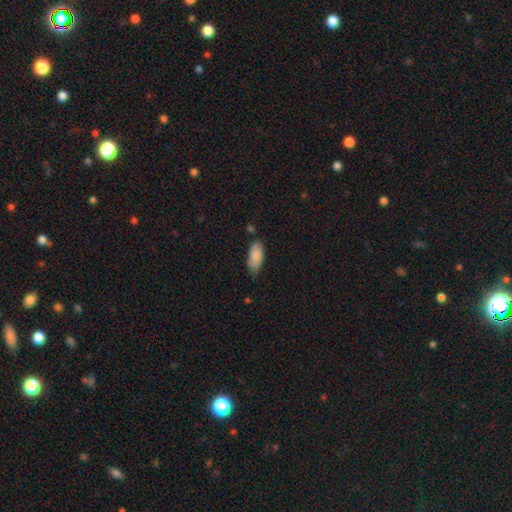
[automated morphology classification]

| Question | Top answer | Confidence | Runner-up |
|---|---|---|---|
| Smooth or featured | smooth | 87% | featured or disk (7%) |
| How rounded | in between | 87% | cigar-shaped (12%) |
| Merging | none | 66% | minor disturbance (27%) |